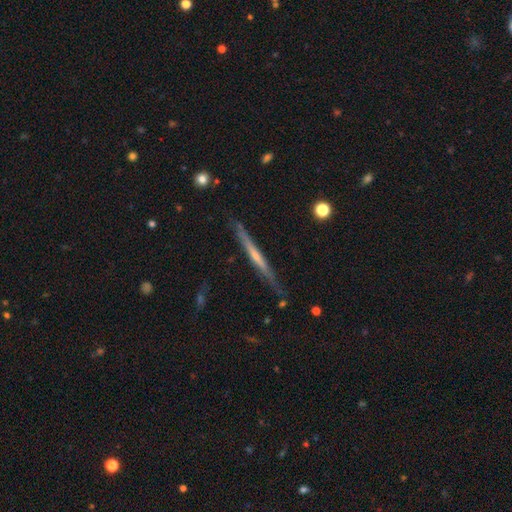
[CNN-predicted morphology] Smooth or featured?
  - featured or disk: 66% *
  - smooth: 27%
  - star or artifact: 6%
Edge-on disk?
  - yes: 97% *
  - no: 3%
Edge-on bulge?
  - none: 66% *
  - rounded: 28%
  - boxy: 7%
Merging?
  - none: 84% *
  - minor disturbance: 12%
  - major disturbance: 2%
  - merger: 2%